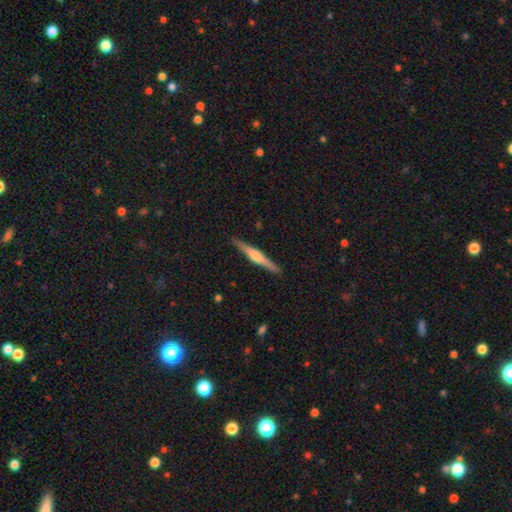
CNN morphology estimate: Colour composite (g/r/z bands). It shows a featured or disk galaxy (68%) viewed edge-on (98%) with a rounded central bulge (74%). Merging: none (91%).